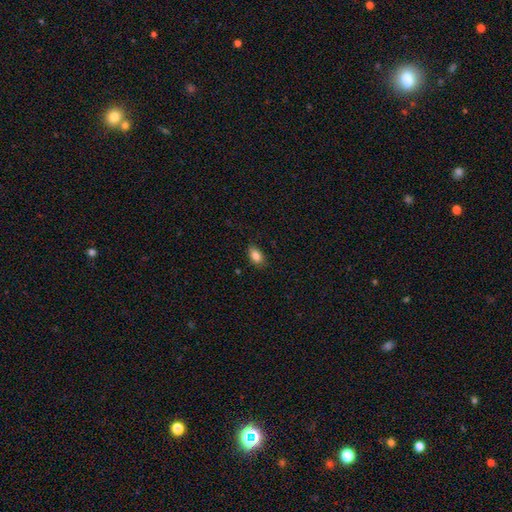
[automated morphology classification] A smooth galaxy with no disk features (86%) that is in between round and cigar-shaped (90%).

Vote fractions:
- Smooth or featured? smooth: 86% / star or artifact: 8% / featured or disk: 6%
- How rounded? in between: 90% / round: 7% / cigar-shaped: 3%
- Merging? none: 80% / minor disturbance: 15% / major disturbance: 3% / merger: 1%